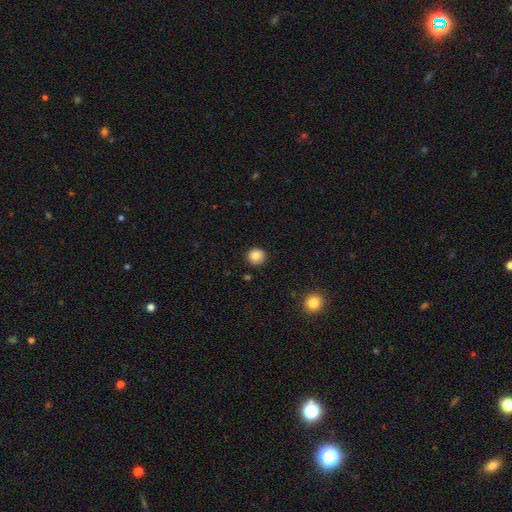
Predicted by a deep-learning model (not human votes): Overall: smooth (85%). How rounded: round (92%). Merging: none (90%).